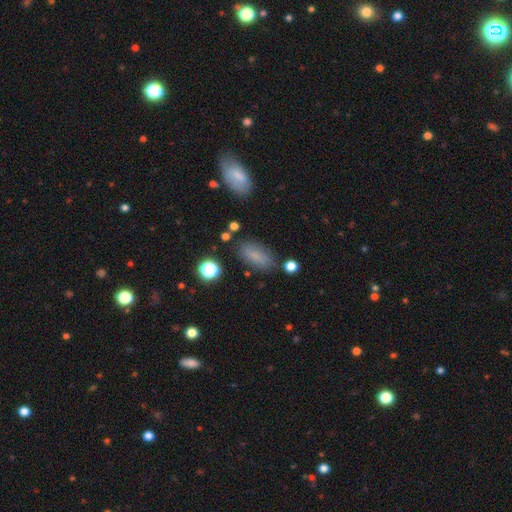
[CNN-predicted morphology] smooth-or-featured: smooth: 78% | star or artifact: 11% | featured or disk: 11%
  how-rounded: in between: 86% | cigar-shaped: 10% | round: 4%
  merging: none: 80% | minor disturbance: 13% | major disturbance: 4% | merger: 3%